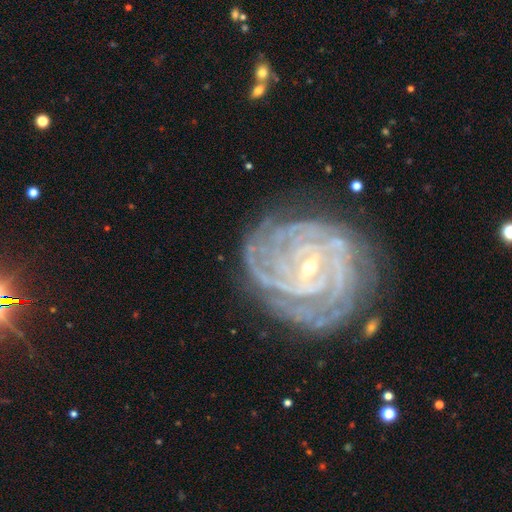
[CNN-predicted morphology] The model was most divided on "spiral arm count": 4: 27%, can't tell: 20%, 3: 17%, more than 4: 17%, 2: 12%, 1: 8%. Remaining: spiral arms — yes (98%); edge-on disk — no (97%); smooth or featured — featured or disk (91%); spiral winding — tight (80%); merging — none (74%); bulge size — small (71%); bar — weak (46%).